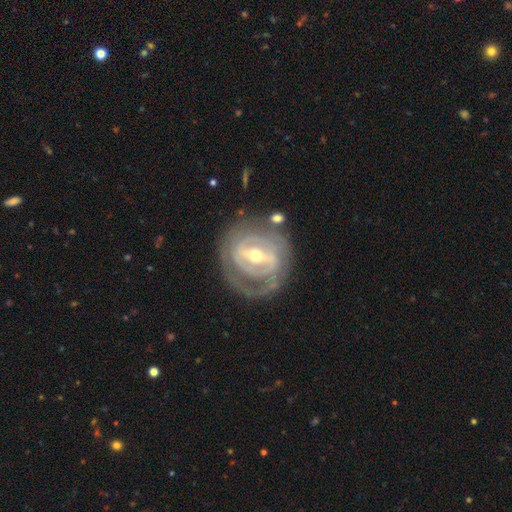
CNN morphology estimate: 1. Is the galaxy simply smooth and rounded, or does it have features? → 86% featured or disk, 10% smooth, 5% star or artifact.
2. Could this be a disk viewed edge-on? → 95% no, 5% yes.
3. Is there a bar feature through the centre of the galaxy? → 51% strong, 35% weak, 13% no.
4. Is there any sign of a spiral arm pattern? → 81% yes, 19% no.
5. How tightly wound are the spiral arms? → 68% tight, 24% medium, 8% loose.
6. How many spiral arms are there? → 38% 2, 34% can't tell, 13% 3, 7% 1, 5% 4, 3% more than 4.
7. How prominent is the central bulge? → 49% small, 47% moderate, 2% large, 1% none, 1% dominant.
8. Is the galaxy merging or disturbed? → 71% none, 16% minor disturbance, 10% major disturbance, 3% merger.